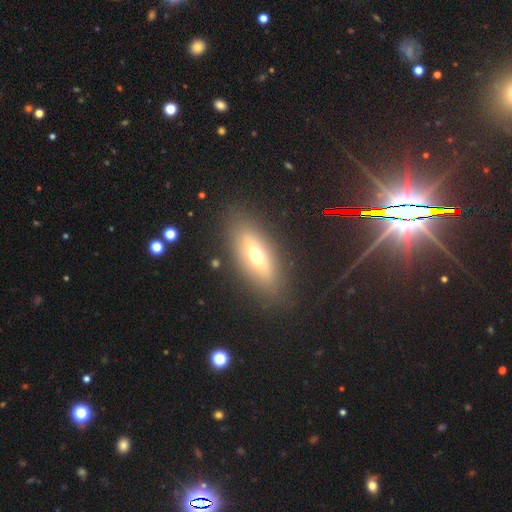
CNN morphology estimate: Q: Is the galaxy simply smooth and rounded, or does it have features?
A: smooth — 55%.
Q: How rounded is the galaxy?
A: in between — 69%.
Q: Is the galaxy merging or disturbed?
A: none — 83%.